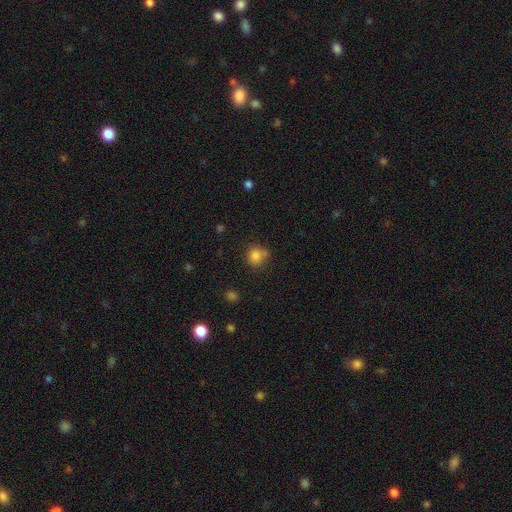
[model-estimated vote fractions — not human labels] smooth_or_featured: smooth (p=0.83) [alt: star or artifact p=0.12]
how_rounded: round (p=0.84) [alt: in between p=0.15]
merging: none (p=0.65) [alt: minor disturbance p=0.20]